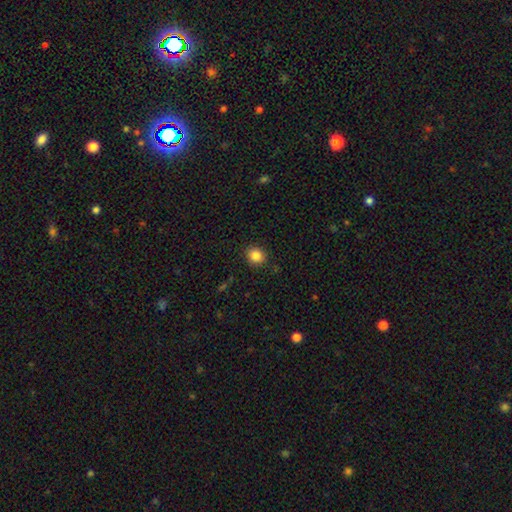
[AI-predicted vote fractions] smooth-or-featured: smooth: 86% | star or artifact: 10% | featured or disk: 4%
  how-rounded: round: 82% | in between: 18% | cigar-shaped: 1%
  merging: none: 89% | minor disturbance: 8% | major disturbance: 2% | merger: 1%